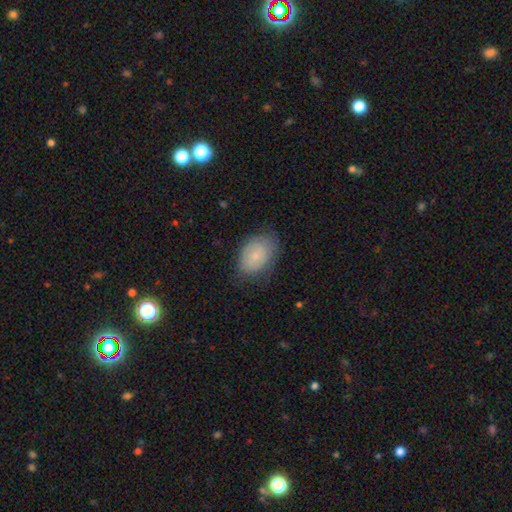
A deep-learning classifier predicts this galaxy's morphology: Smooth or featured? Predicted: smooth (p=0.72). How rounded? Predicted: in between (p=0.83). Merging? Predicted: none (p=0.70).